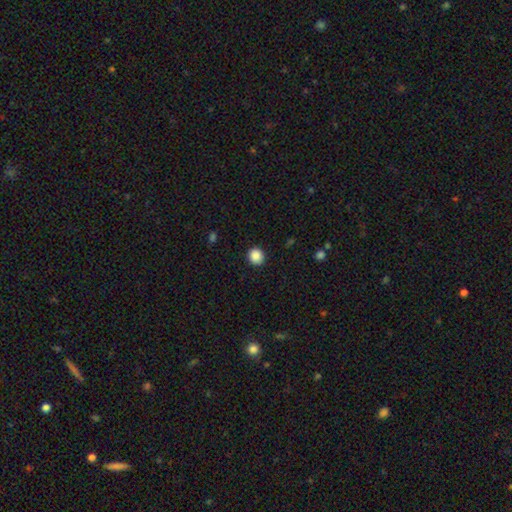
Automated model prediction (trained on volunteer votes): Q: Smooth or featured?
A: smooth (88%); runner-up: star or artifact (9%)
Q: How rounded?
A: round (88%); runner-up: in between (11%)
Q: Merging?
A: none (91%); runner-up: minor disturbance (6%)